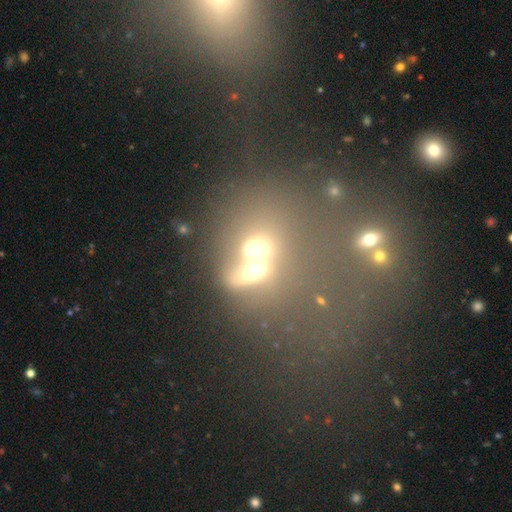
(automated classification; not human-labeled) Smooth or featured: smooth — 53% (featured or disk — 25%)
How rounded: round — 54% (in between — 43%)
Merging: merger — 60% (none — 22%)